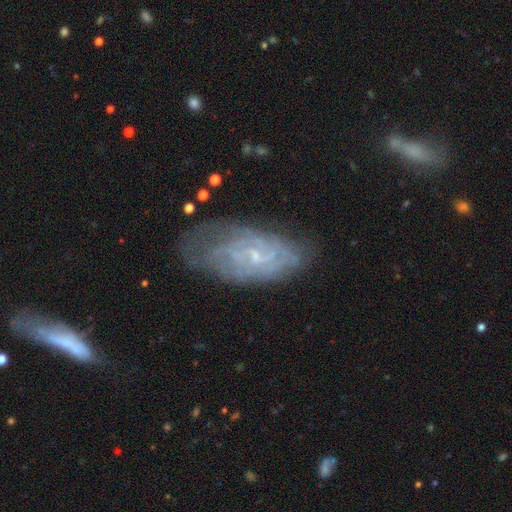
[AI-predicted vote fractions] A featured or disk galaxy (73%) with no bar (59%), tight (61%) spiral arms (81%) and a small central bulge (76%). Merging: none (59%).